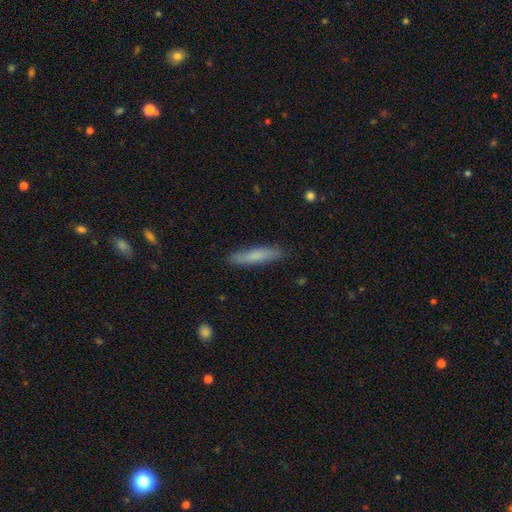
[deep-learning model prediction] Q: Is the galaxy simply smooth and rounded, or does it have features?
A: smooth — 77%.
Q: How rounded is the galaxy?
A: cigar-shaped — 86%.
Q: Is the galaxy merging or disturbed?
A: none — 86%.